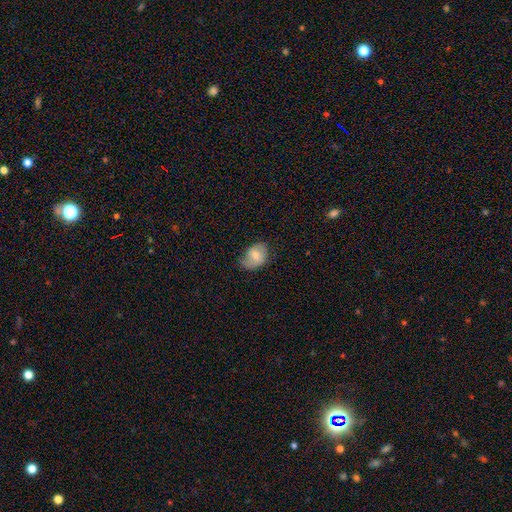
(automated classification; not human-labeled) Q: Smooth or featured?
A: smooth (66%); runner-up: featured or disk (26%)
Q: How rounded?
A: in between (71%); runner-up: round (27%)
Q: Merging?
A: none (52%); runner-up: minor disturbance (35%)